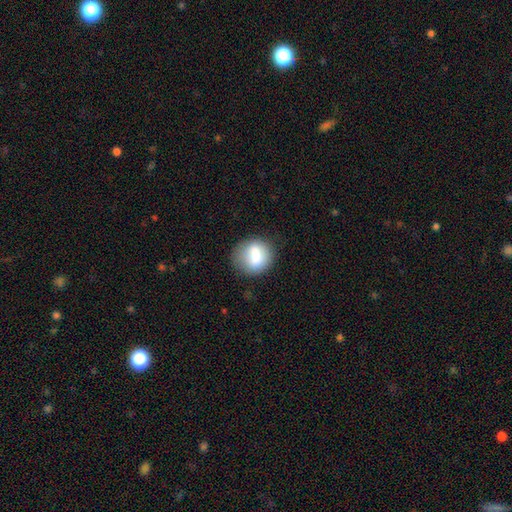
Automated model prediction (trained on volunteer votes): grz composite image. It shows a smooth galaxy with no disk features (69%) that is round (72%). Merging: none (71%).